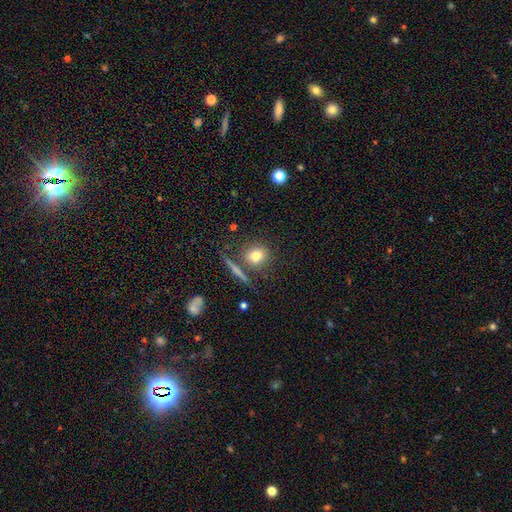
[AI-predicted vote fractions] Smooth or featured? Predicted: smooth (p=0.76). How rounded? Predicted: round (p=0.83). Merging? Predicted: none (p=0.75).